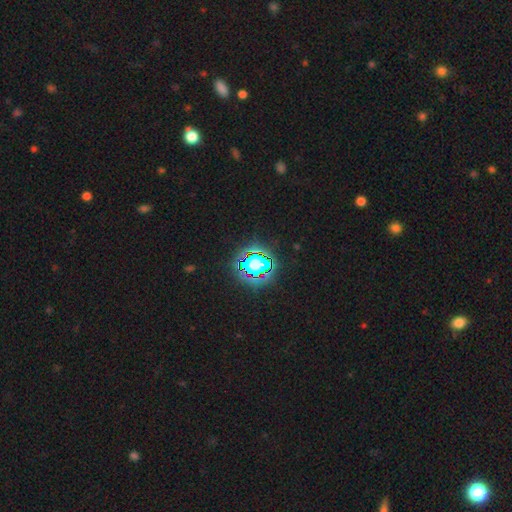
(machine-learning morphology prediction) smooth-or-featured: star or artifact: 80% | smooth: 12% | featured or disk: 7%